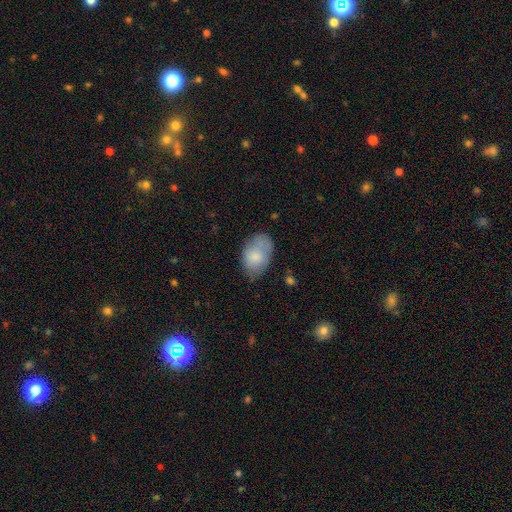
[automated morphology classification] Q: Smooth or featured?
A: smooth (79%); runner-up: featured or disk (15%)
Q: How rounded?
A: in between (89%); runner-up: round (9%)
Q: Merging?
A: none (62%); runner-up: minor disturbance (27%)